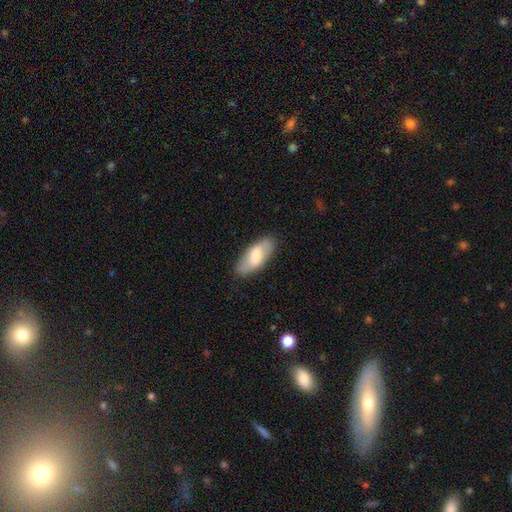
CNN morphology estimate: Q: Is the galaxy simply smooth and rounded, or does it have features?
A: smooth — 69%.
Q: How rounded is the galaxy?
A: in between — 81%.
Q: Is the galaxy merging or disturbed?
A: none — 84%.